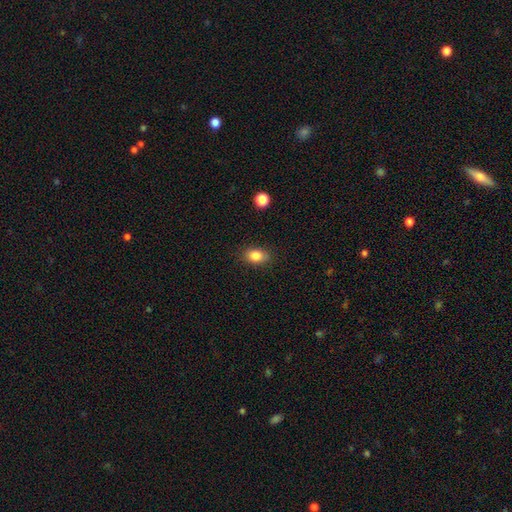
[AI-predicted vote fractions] smooth-or-featured: smooth: 84% | star or artifact: 9% | featured or disk: 6%
  how-rounded: in between: 73% | round: 26% | cigar-shaped: 2%
  merging: none: 85% | minor disturbance: 11% | major disturbance: 3% | merger: 1%